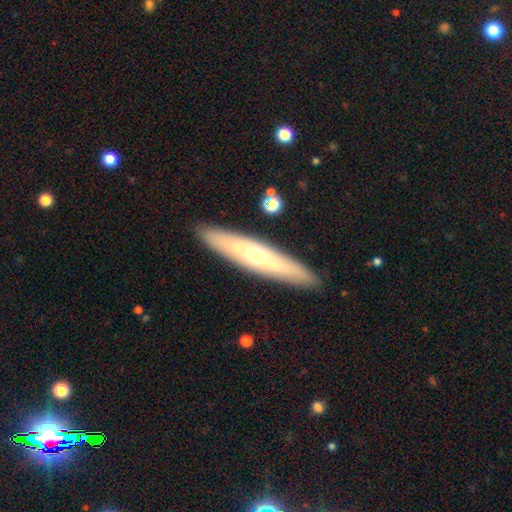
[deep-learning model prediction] A featured or disk galaxy (57%) viewed edge-on (63%).

Vote fractions:
- Smooth or featured? featured or disk: 57% / smooth: 37% / star or artifact: 5%
- Edge-on disk? yes: 63% / no: 37%
- Merging? none: 88% / minor disturbance: 8% / major disturbance: 2% / merger: 1%